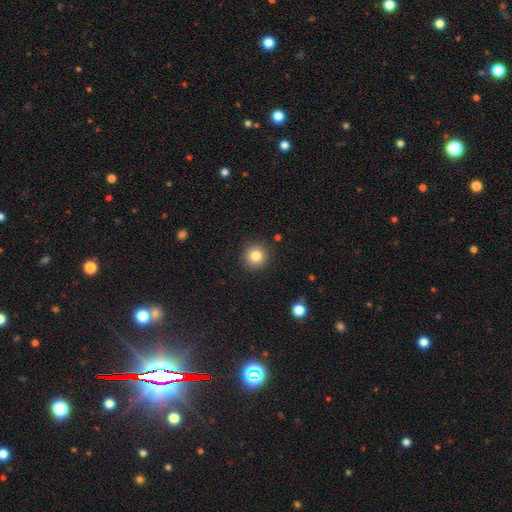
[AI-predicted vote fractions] A smooth galaxy with no disk features (83%) that is round (93%).

Vote fractions:
- Smooth or featured? smooth: 83% / star or artifact: 11% / featured or disk: 7%
- How rounded? round: 93% / in between: 6% / cigar-shaped: 1%
- Merging? none: 90% / minor disturbance: 7% / major disturbance: 2% / merger: 1%